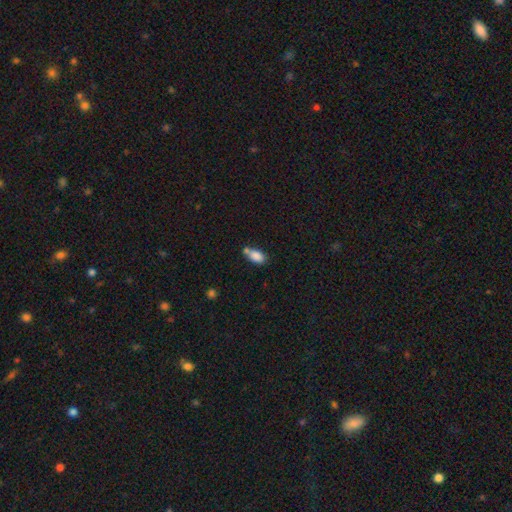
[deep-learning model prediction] Morphology: type=smooth (83%); roundness=in between (89%); merging=none (43%).